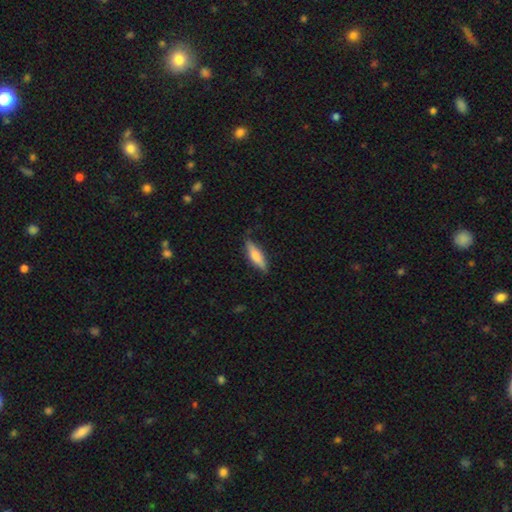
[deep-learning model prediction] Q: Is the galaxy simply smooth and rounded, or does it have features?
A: smooth — 64%.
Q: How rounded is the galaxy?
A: cigar-shaped — 63%.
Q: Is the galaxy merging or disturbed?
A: none — 83%.